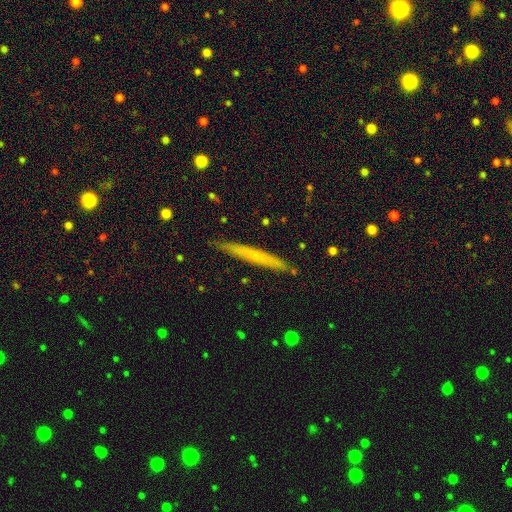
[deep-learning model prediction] Smooth or featured? smooth (57%)
How rounded? cigar-shaped (97%)
Merging? none (90%)